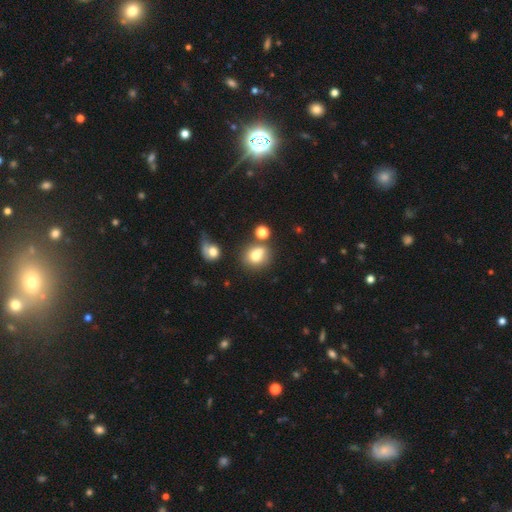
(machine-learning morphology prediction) Smooth or featured: smooth — 71% (featured or disk — 15%)
How rounded: round — 66% (in between — 32%)
Merging: none — 52% (merger — 23%)